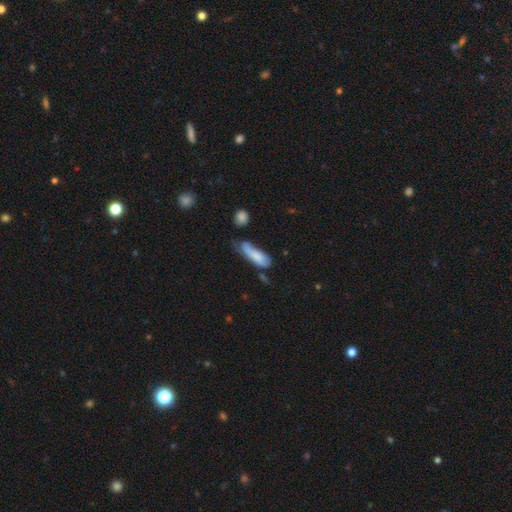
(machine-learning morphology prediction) Smooth or featured: smooth — 74% (featured or disk — 20%)
How rounded: in between — 57% (cigar-shaped — 41%)
Merging: minor disturbance — 35% (none — 30%)